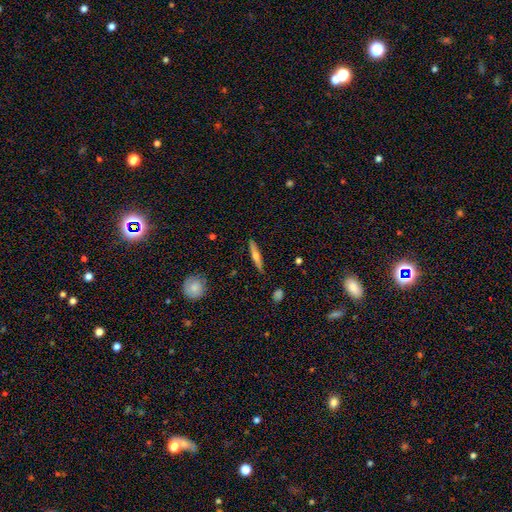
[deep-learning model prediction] Q: Smooth or featured?
A: featured or disk (50%); runner-up: smooth (44%)
Q: Merging?
A: none (89%); runner-up: minor disturbance (8%)